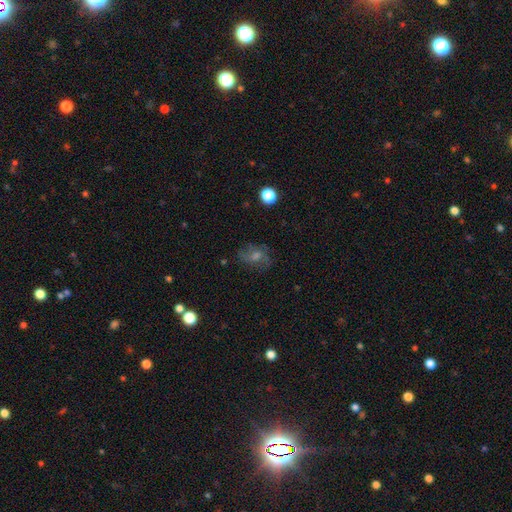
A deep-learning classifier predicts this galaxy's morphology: A featured or disk galaxy (50%). Merging: none (71%).